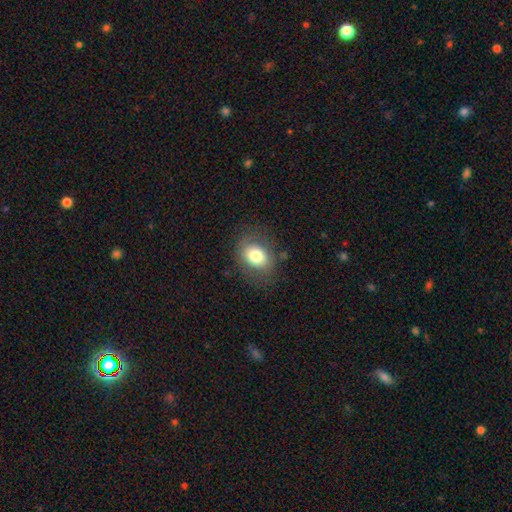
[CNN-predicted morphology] This appears to be a smooth galaxy with no disk features (75%) that is in between round and cigar-shaped (57%). Merging: none (77%).